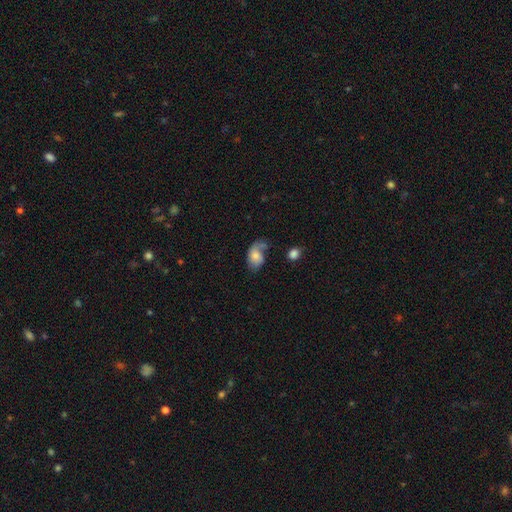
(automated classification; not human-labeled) smooth_or_featured: smooth (p=0.62) [alt: featured or disk p=0.29]
how_rounded: in between (p=0.87) [alt: round p=0.11]
merging: none (p=0.34) [alt: minor disturbance p=0.29]